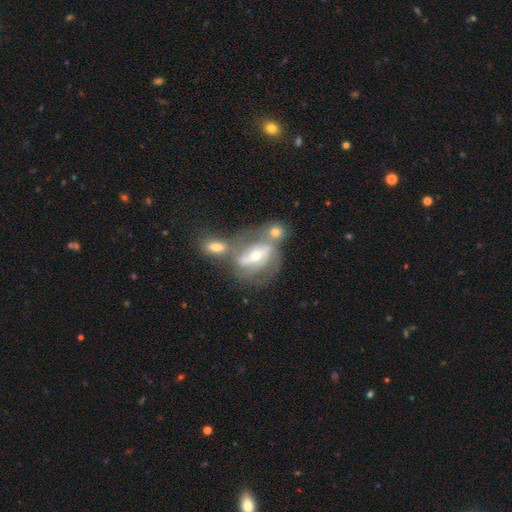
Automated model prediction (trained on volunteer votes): Overall: featured or disk (74%). Edge-on disk: no (93%). Bar: strong (42%; weak 32%). Spiral arms: yes (76%). Spiral arm count: 2 (65%). Spiral winding: medium (43%; tight 36%). Bulge size: moderate (56%; small 38%). Merging: merger (46%; none 32%).